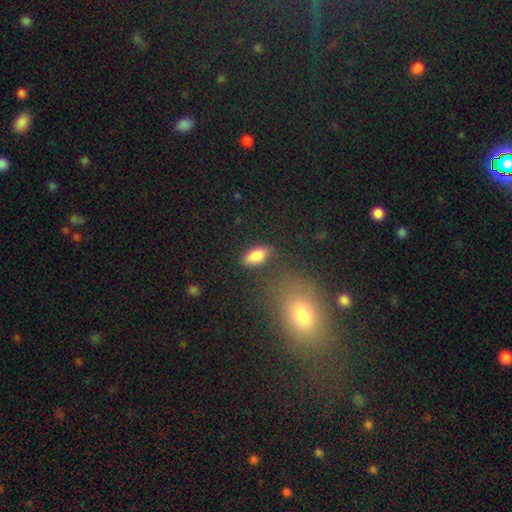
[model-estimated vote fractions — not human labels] smooth-or-featured: smooth: 83% | featured or disk: 9% | star or artifact: 8%
  how-rounded: in between: 88% | cigar-shaped: 8% | round: 4%
  merging: none: 76% | minor disturbance: 15% | major disturbance: 4% | merger: 4%